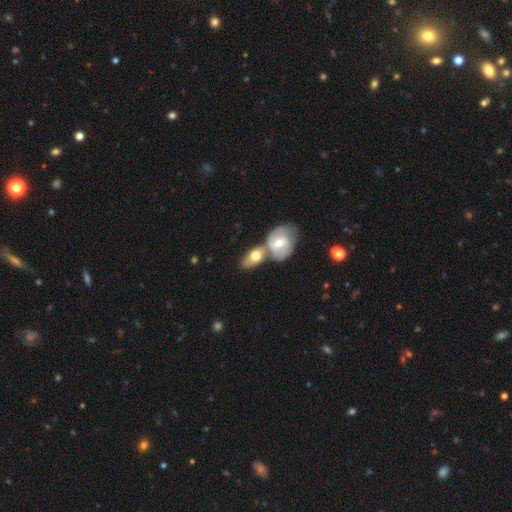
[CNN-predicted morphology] smooth 50%, featured or disk 44%, star or artifact 6%. Down the decision tree: merging — merger (57%).